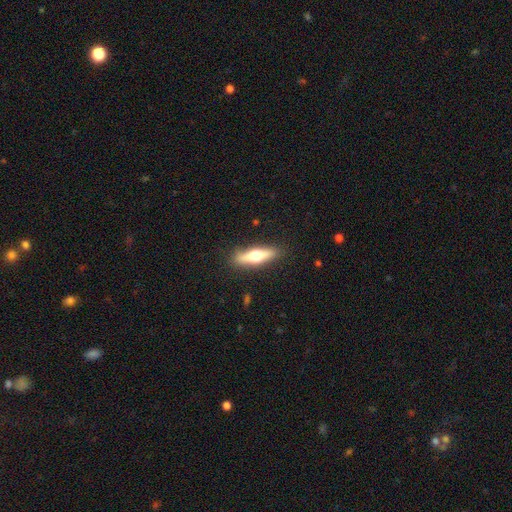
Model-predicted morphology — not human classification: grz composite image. It shows a featured or disk galaxy (50%). Merging: none (87%).